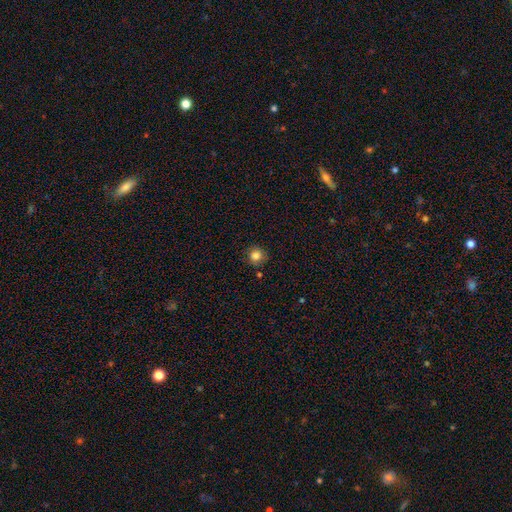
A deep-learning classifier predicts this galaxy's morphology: Smooth or featured?
  - smooth: 85% *
  - star or artifact: 11%
  - featured or disk: 4%
How rounded?
  - round: 92% *
  - in between: 7%
  - cigar-shaped: 1%
Merging?
  - none: 84% *
  - minor disturbance: 11%
  - merger: 3%
  - major disturbance: 3%